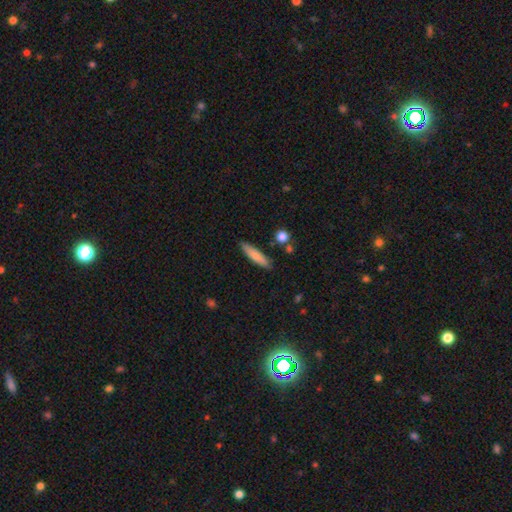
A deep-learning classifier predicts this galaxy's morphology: Q: Smooth or featured?
A: smooth (76%); runner-up: featured or disk (18%)
Q: How rounded?
A: cigar-shaped (81%); runner-up: in between (17%)
Q: Merging?
A: none (86%); runner-up: minor disturbance (10%)